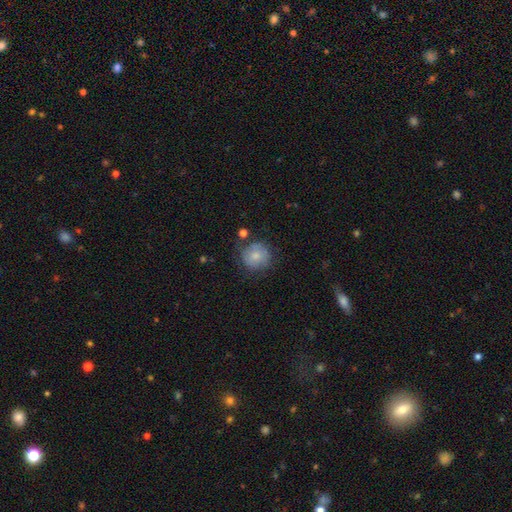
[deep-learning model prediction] A smooth galaxy with no disk features (72%) that is round (88%).

Vote fractions:
- Smooth or featured? smooth: 72% / featured or disk: 20% / star or artifact: 8%
- How rounded? round: 88% / in between: 11% / cigar-shaped: 1%
- Merging? none: 64% / minor disturbance: 23% / major disturbance: 9% / merger: 5%